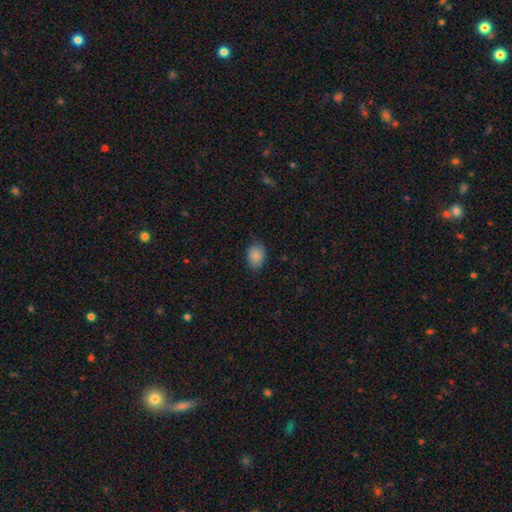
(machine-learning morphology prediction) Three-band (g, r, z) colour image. It shows a smooth galaxy with no disk features (87%) that is in between round and cigar-shaped (73%). Merging: none (78%).